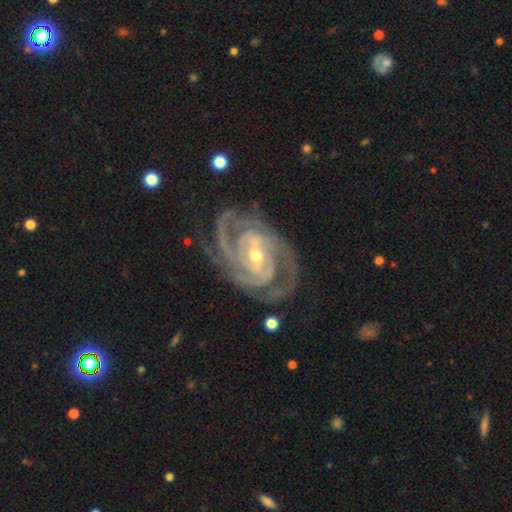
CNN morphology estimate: featured or disk 94%, star or artifact 4%, smooth 2%. Down the decision tree: edge-on disk — no (97%); bar — weak (39%); spiral arms — yes (99%); spiral arm count — 3 (40%); spiral winding — tight (70%); bulge size — small (52%); merging — none (77%).